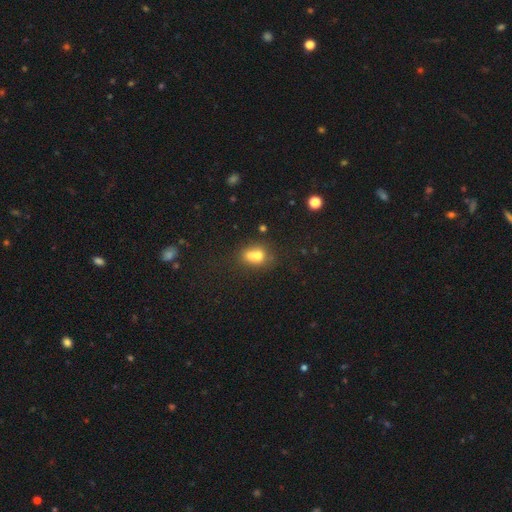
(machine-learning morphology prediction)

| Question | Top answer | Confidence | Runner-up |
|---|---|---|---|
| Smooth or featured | smooth | 65% | featured or disk (21%) |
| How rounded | round | 49% | in between (48%) |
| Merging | merger | 58% | none (28%) |